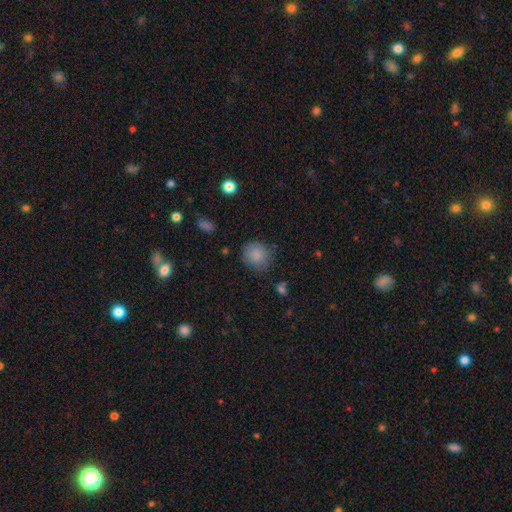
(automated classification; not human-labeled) Q: Smooth or featured?
A: smooth (86%); runner-up: star or artifact (9%)
Q: How rounded?
A: round (86%); runner-up: in between (13%)
Q: Merging?
A: none (79%); runner-up: minor disturbance (14%)